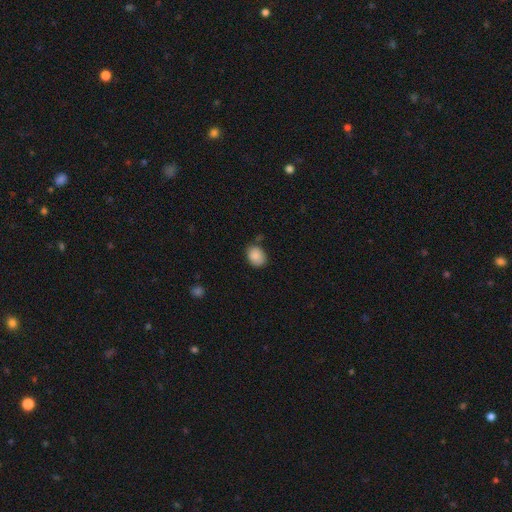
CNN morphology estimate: smooth 87%, star or artifact 8%, featured or disk 5%. Down the decision tree: how rounded — in between (56%); merging — none (73%).